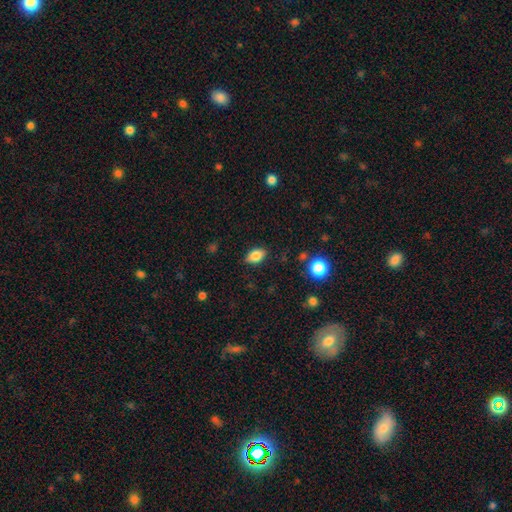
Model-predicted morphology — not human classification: A smooth galaxy with no disk features (83%) that is in between round and cigar-shaped (87%). Merging: none (84%).